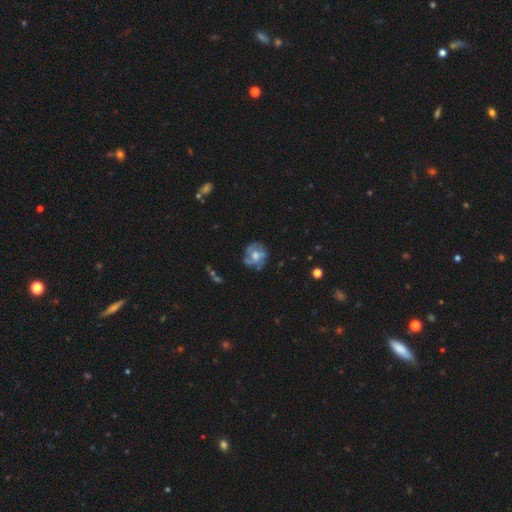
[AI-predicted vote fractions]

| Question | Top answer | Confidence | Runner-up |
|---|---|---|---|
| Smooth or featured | featured or disk | 59% | smooth (34%) |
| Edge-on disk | no | 97% | yes (3%) |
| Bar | no | 75% | weak (21%) |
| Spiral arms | yes | 69% | no (31%) |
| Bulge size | moderate | 65% | small (15%) |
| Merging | none | 68% | minor disturbance (21%) |